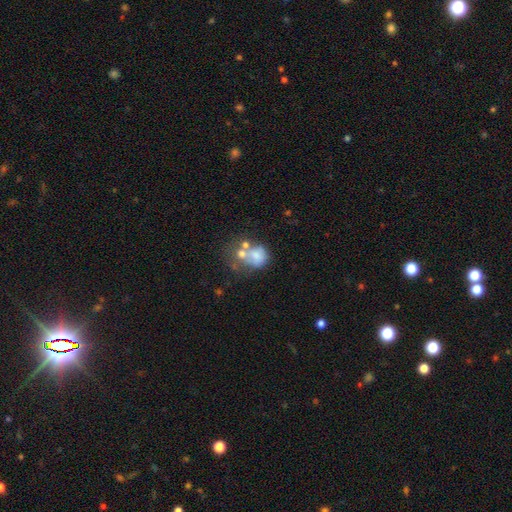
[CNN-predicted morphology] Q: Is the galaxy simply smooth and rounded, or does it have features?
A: smooth — 53%.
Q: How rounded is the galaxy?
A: round — 58%.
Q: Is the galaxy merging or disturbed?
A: merger — 43%.